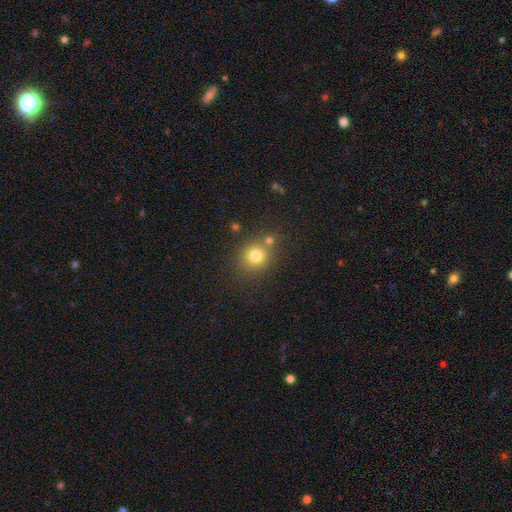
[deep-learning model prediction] Smooth or featured: smooth — 77% (star or artifact — 14%)
How rounded: round — 80% (in between — 19%)
Merging: none — 67% (merger — 18%)